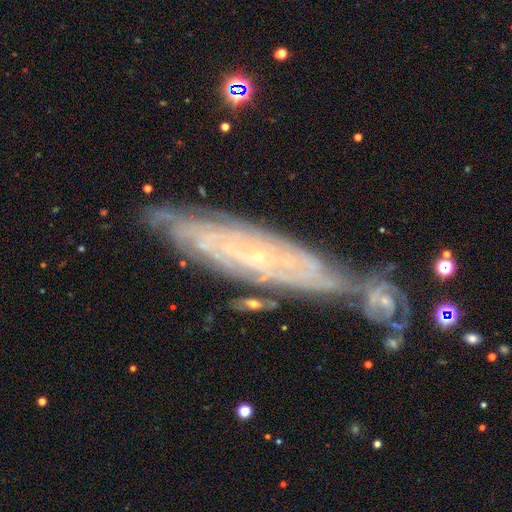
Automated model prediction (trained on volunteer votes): A featured or disk galaxy (82%) with no bar (73%), tight (80%) spiral arms (91%) and a small central bulge (87%). Merging: none (61%).